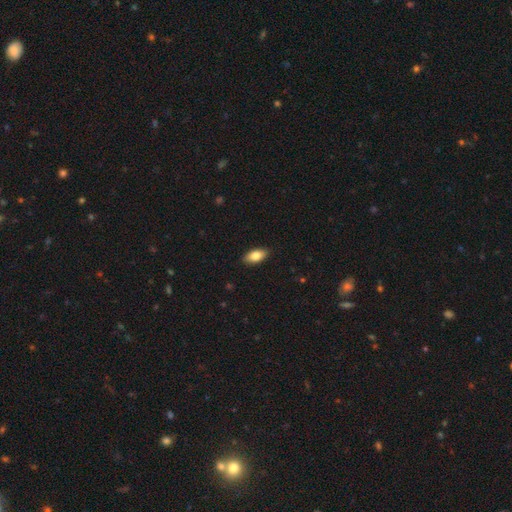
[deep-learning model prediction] Smooth or featured: smooth — 81% (featured or disk — 12%)
How rounded: in between — 89% (cigar-shaped — 8%)
Merging: none — 89% (minor disturbance — 9%)